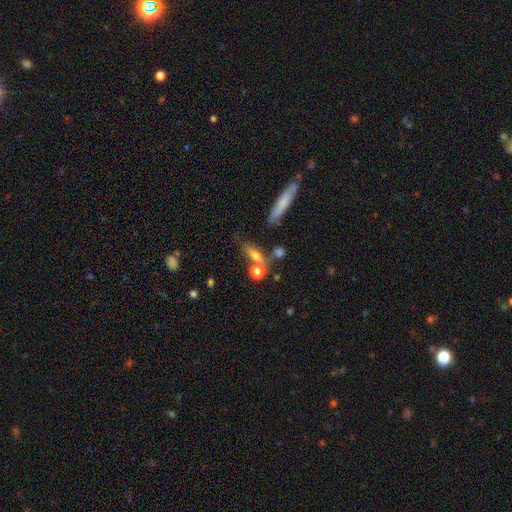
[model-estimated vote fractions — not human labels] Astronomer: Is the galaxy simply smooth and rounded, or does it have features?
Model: smooth — 63%.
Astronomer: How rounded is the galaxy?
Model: in between — 46% (runner-up: cigar-shaped, 35%).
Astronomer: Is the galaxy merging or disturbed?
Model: none — 52%.